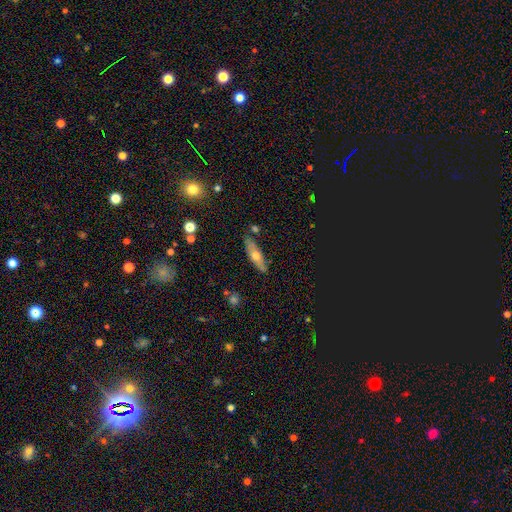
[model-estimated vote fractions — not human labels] A smooth galaxy with no disk features (53%) that is cigar-shaped (58%). Merging: none (81%).